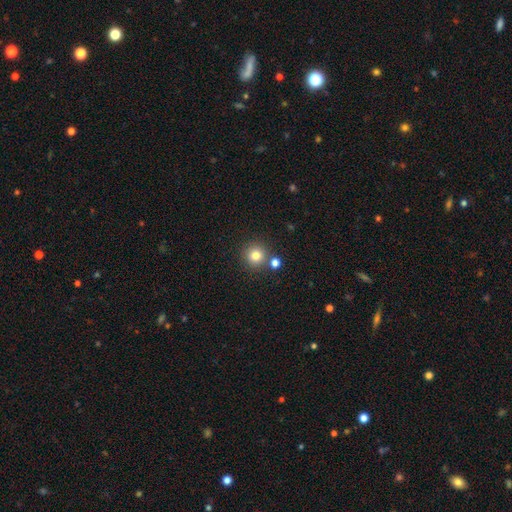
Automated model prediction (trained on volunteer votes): Smooth or featured?
  - smooth: 80% *
  - star or artifact: 13%
  - featured or disk: 7%
How rounded?
  - round: 94% *
  - in between: 5%
  - cigar-shaped: 1%
Merging?
  - none: 80% *
  - merger: 11%
  - minor disturbance: 7%
  - major disturbance: 2%